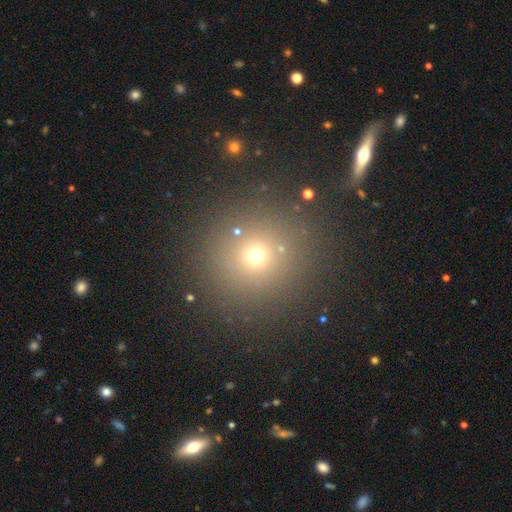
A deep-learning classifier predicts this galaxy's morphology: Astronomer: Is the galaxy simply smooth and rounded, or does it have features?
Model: smooth — 63%.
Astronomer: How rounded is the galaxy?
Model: round — 94%.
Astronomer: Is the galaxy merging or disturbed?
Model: none — 86%.